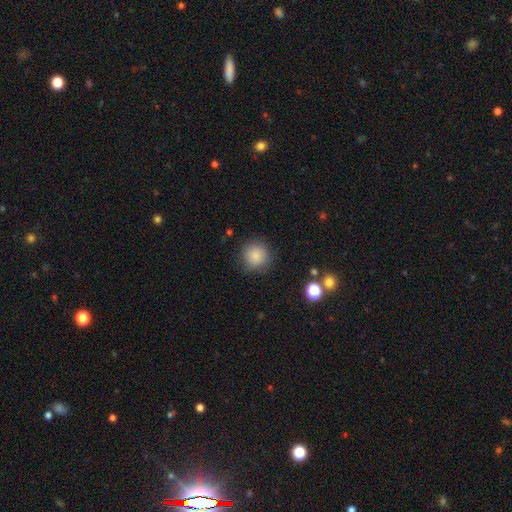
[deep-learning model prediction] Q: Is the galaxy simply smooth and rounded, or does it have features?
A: smooth — 85%.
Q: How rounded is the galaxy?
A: round — 93%.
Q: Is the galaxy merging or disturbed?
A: none — 86%.